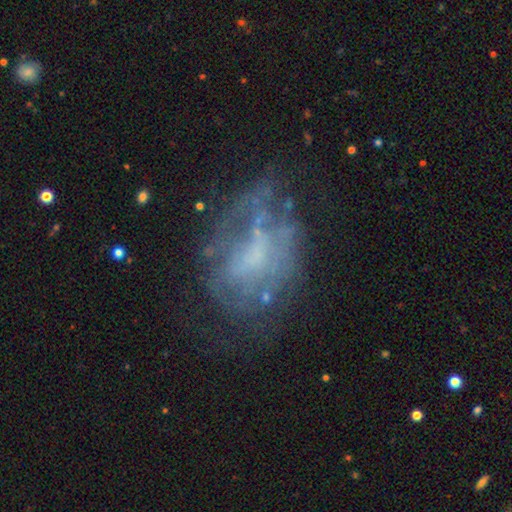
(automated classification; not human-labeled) Morphology: type=featured or disk (62%); edge-on=no (96%); bar=no (69%); spiral arms=no (67%); bulge=none (52%); merging=none (47%).